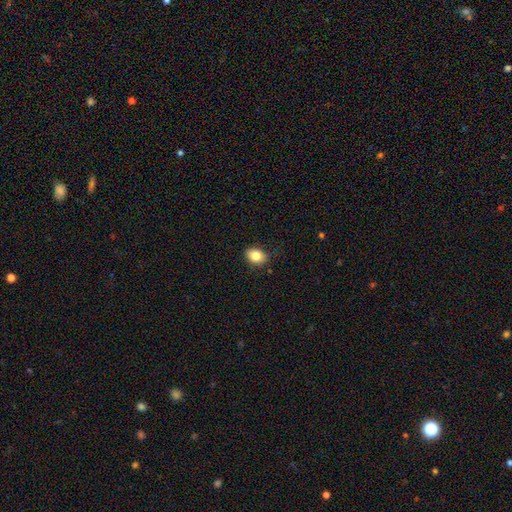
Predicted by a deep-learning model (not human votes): A smooth galaxy with no disk features (83%) that is in between round and cigar-shaped (69%).

Vote fractions:
- Smooth or featured? smooth: 83% / star or artifact: 9% / featured or disk: 8%
- How rounded? in between: 69% / round: 30% / cigar-shaped: 1%
- Merging? none: 82% / minor disturbance: 14% / major disturbance: 3% / merger: 1%